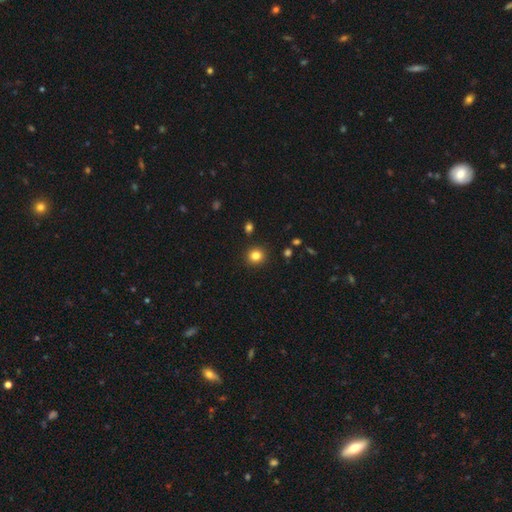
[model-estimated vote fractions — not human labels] smooth_or_featured: smooth (p=0.83) [alt: star or artifact p=0.12]
how_rounded: round (p=0.87) [alt: in between p=0.12]
merging: none (p=0.91) [alt: minor disturbance p=0.06]